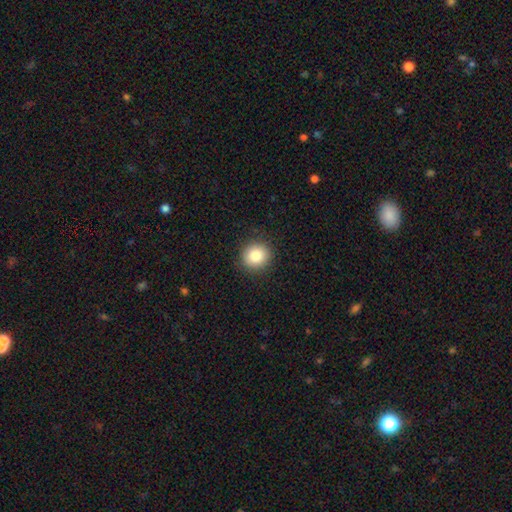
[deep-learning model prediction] This appears to be a smooth galaxy with no disk features (85%) that is round (90%). Merging: none (91%).